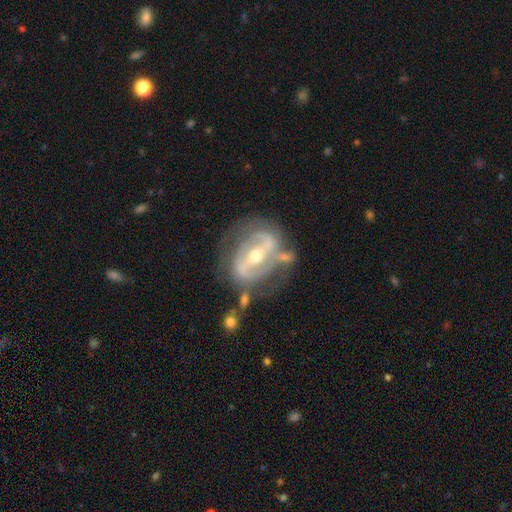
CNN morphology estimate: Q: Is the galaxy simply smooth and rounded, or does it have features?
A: featured or disk — 86%.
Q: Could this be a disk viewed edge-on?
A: no — 95%.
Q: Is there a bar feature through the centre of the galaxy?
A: strong — 63%.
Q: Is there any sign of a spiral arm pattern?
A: yes — 79%.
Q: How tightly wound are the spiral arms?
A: tight — 42%.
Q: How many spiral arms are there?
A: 2 — 73%.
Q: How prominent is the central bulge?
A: moderate — 62%.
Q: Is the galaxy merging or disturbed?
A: none — 57%.